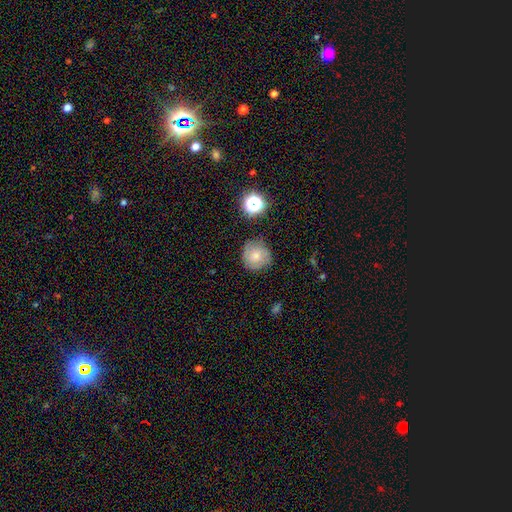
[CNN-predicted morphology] smooth-or-featured: smooth: 54% | featured or disk: 34% | star or artifact: 12%
  how-rounded: round: 91% | in between: 8% | cigar-shaped: 1%
  merging: none: 75% | minor disturbance: 17% | major disturbance: 5% | merger: 3%